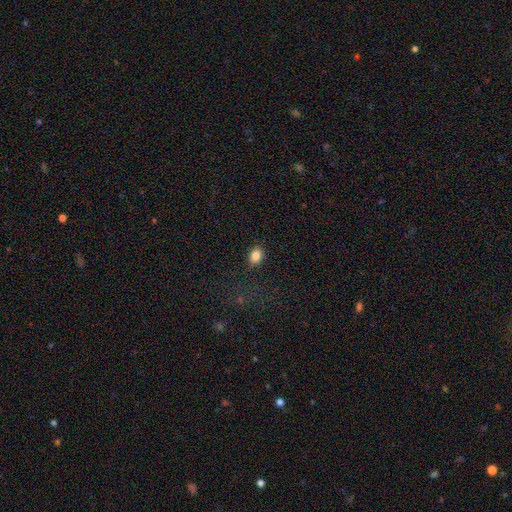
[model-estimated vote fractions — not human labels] smooth-or-featured: smooth: 84% | star or artifact: 10% | featured or disk: 5%
  how-rounded: in between: 59% | round: 40% | cigar-shaped: 1%
  merging: none: 87% | minor disturbance: 9% | major disturbance: 3% | merger: 1%